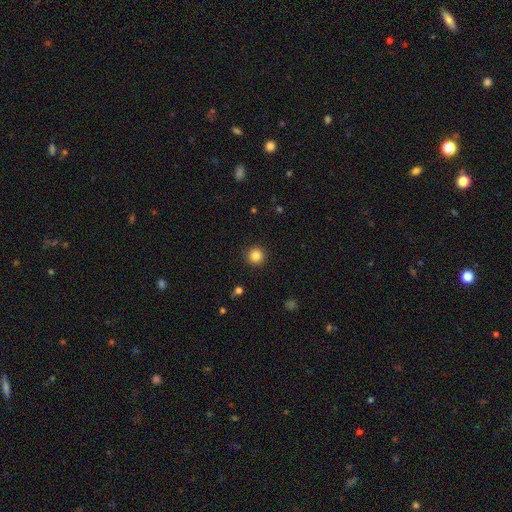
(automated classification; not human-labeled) This appears to be a smooth galaxy with no disk features (84%) that is round (95%). Merging: none (91%).